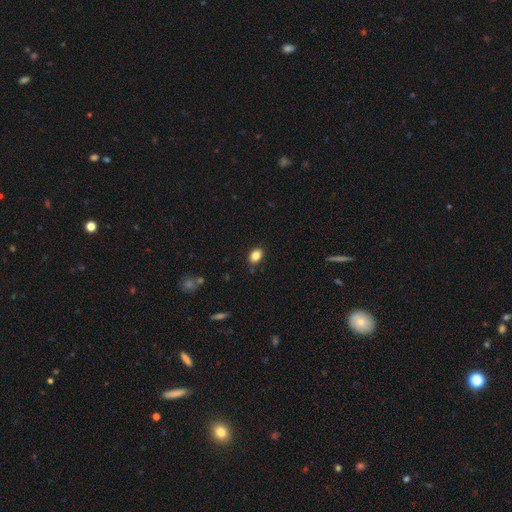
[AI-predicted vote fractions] Smooth or featured?
  - smooth: 85% *
  - star or artifact: 9%
  - featured or disk: 6%
How rounded?
  - in between: 72% *
  - round: 27%
  - cigar-shaped: 1%
Merging?
  - none: 86% *
  - minor disturbance: 11%
  - major disturbance: 2%
  - merger: 2%